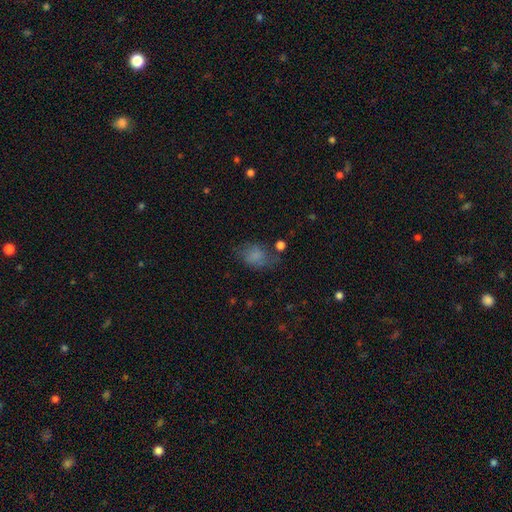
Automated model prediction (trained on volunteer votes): The model was most divided on "merging": none: 52%, minor disturbance: 27%, major disturbance: 17%, merger: 5%. More confident: smooth or featured — smooth (70%); how rounded — in between (66%).